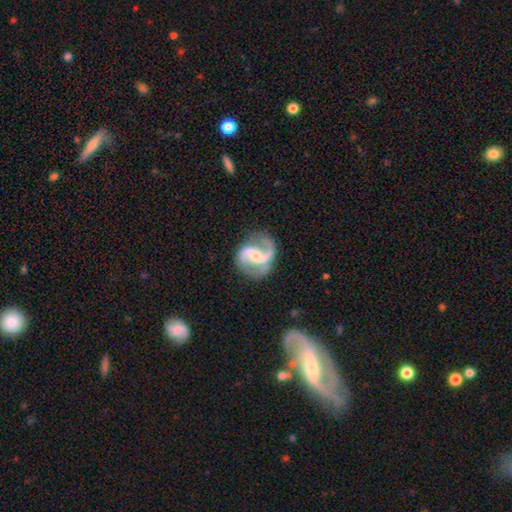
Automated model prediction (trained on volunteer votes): This appears to be a featured or disk galaxy (90%) with a weak bar (45%), 2 (90%) medium (48%) spiral arms (97%) and a small central bulge (57%). Merging: none (73%).